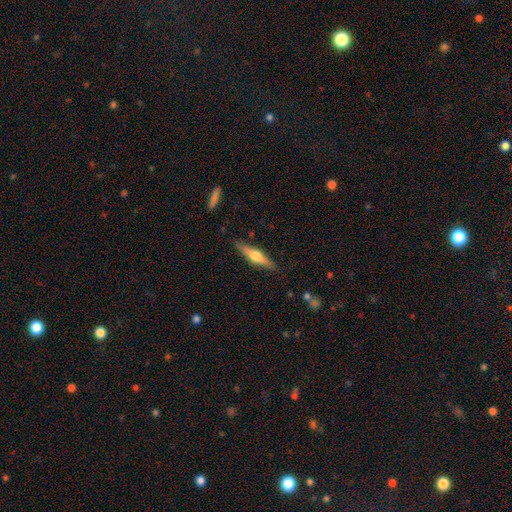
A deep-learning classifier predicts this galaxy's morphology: Smooth or featured? Predicted: featured or disk (p=0.58). Edge-on disk? Predicted: yes (p=0.95). Edge-on bulge? Predicted: rounded (p=0.92). Merging? Predicted: none (p=0.87).